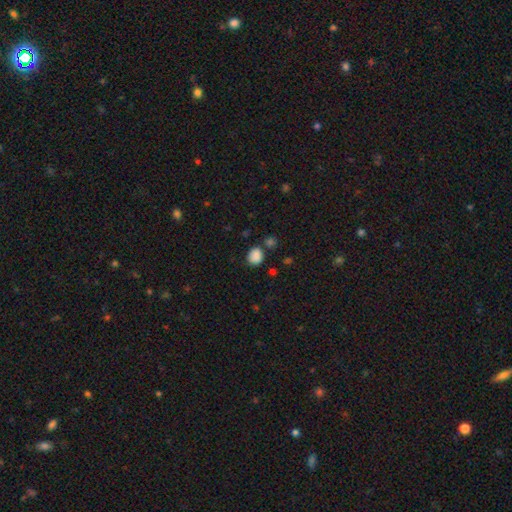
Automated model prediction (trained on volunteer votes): A smooth galaxy with no disk features (86%) that is round (68%). Merging: none (74%).